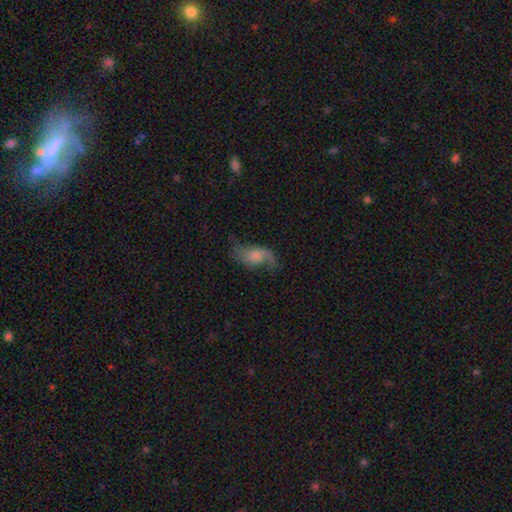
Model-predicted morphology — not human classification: A featured or disk galaxy (55%) with no bar (69%), spiral arms (85%) and no central bulge (37%). Merging: none (47%).